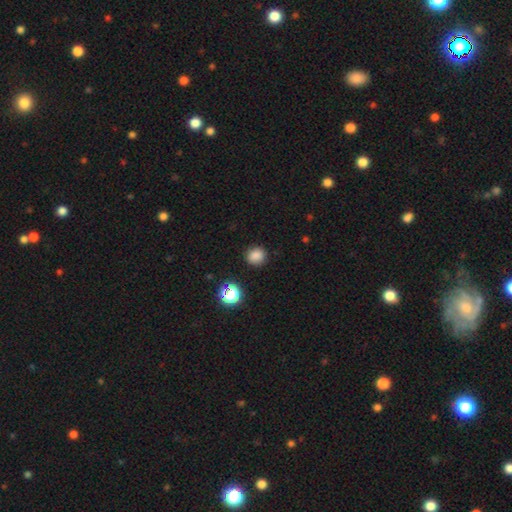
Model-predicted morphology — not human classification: Smooth or featured? Predicted: smooth (p=0.82). How rounded? Predicted: round (p=0.82). Merging? Predicted: none (p=0.88).